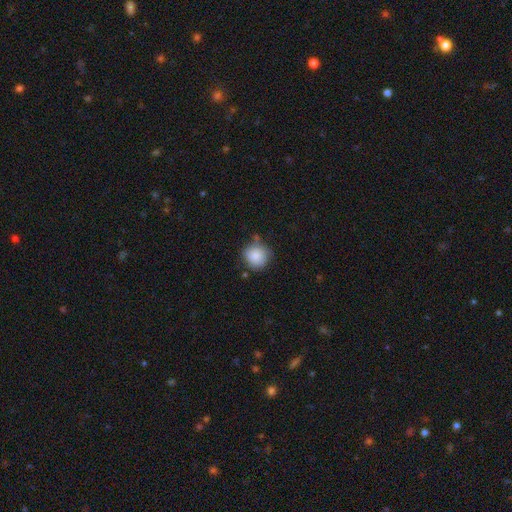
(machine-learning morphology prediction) type=smooth (86%); roundness=round (88%); merging=none (67%).